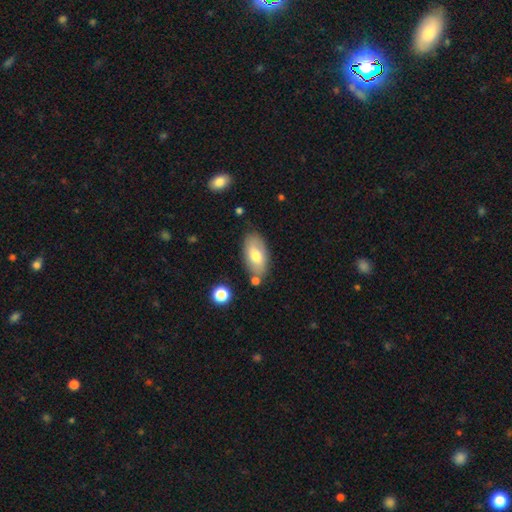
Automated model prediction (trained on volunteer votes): Morphology: type=smooth (69%); roundness=in between (93%); merging=none (75%).